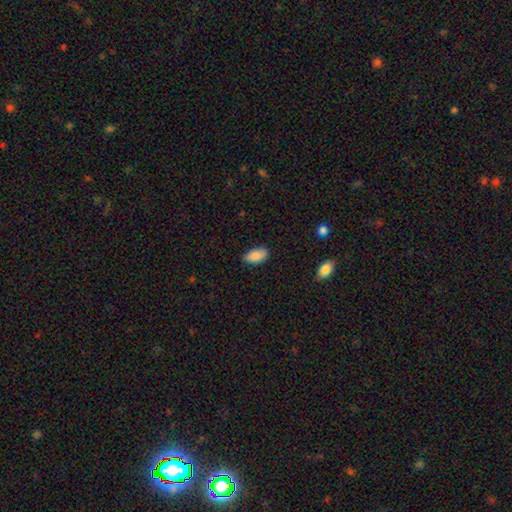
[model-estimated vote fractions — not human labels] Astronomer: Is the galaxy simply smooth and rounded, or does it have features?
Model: smooth — 89%.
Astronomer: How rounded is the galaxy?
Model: in between — 94%.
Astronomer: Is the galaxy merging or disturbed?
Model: none — 84%.